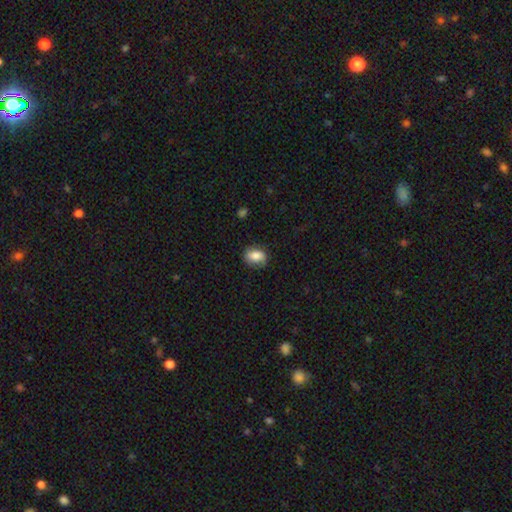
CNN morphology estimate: smooth-or-featured: smooth: 79% | featured or disk: 13% | star or artifact: 8%
  how-rounded: in between: 70% | round: 28% | cigar-shaped: 1%
  merging: none: 80% | minor disturbance: 15% | major disturbance: 4% | merger: 1%